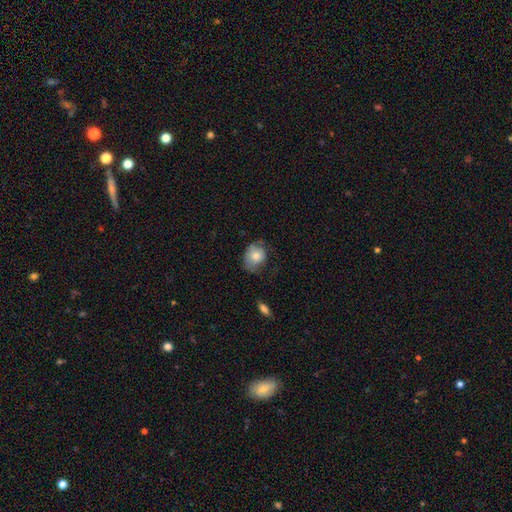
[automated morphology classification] This is likely a smooth galaxy (73%). How rounded: possibly round (56%). Merging: possibly none (50%).